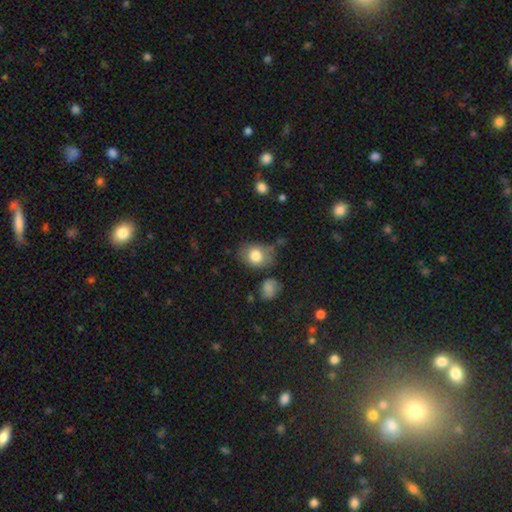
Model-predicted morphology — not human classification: The model was most divided on "how rounded": in between: 62%, round: 37%, cigar-shaped: 1%. More confident: smooth or featured — smooth (78%); merging — none (61%).